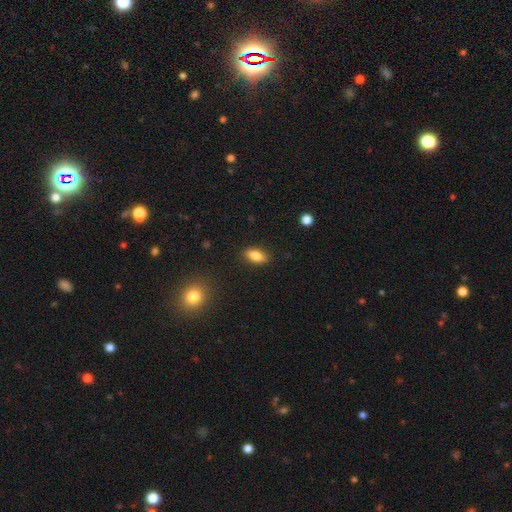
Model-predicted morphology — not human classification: Overall: smooth (82%). How rounded: in between (84%). Merging: none (87%).